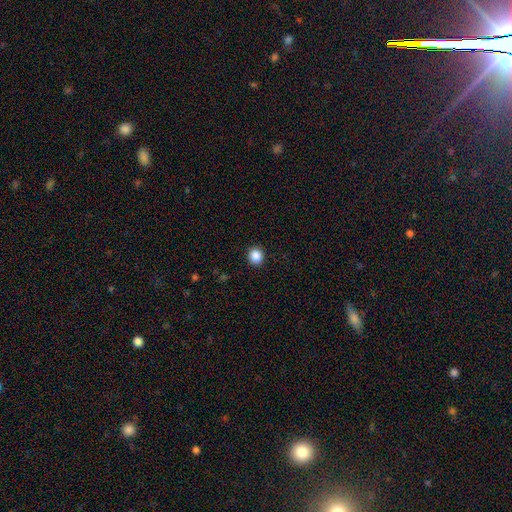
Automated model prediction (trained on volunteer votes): Smooth or featured? smooth (87%)
How rounded? round (81%)
Merging? none (92%)